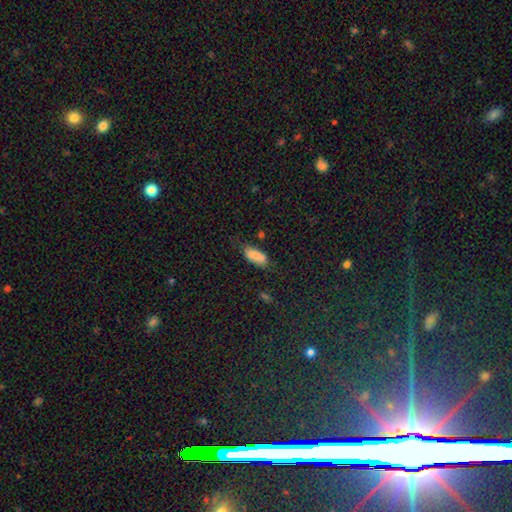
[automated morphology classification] A smooth galaxy with no disk features (81%) that is in between round and cigar-shaped (79%).

Vote fractions:
- Smooth or featured? smooth: 81% / featured or disk: 10% / star or artifact: 9%
- How rounded? in between: 79% / cigar-shaped: 19% / round: 3%
- Merging? none: 58% / minor disturbance: 28% / major disturbance: 9% / merger: 5%